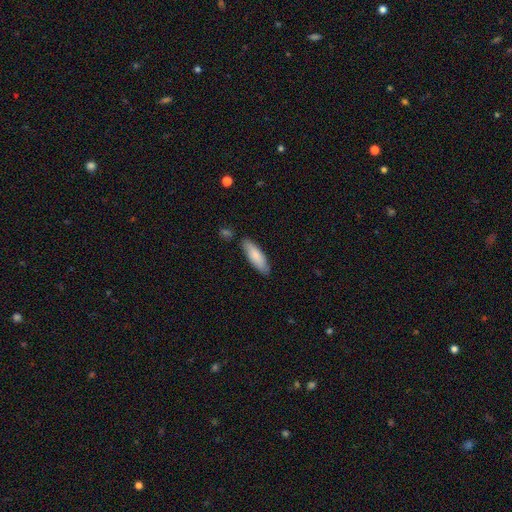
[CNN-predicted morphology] This appears to be a smooth galaxy with no disk features (82%) that is in between round and cigar-shaped (50%). Merging: none (82%).